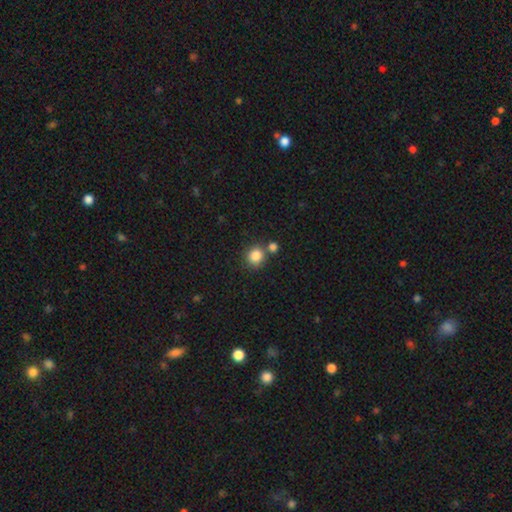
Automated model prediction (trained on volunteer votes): Morphology: type=smooth (84%); roundness=round (84%); merging=none (67%).